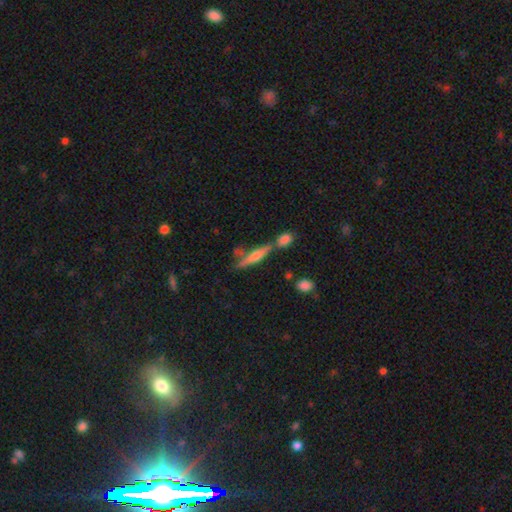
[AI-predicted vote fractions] smooth-or-featured: featured or disk: 57% | smooth: 35% | star or artifact: 8%
  disk-edge-on: yes: 94% | no: 6%
    edge-on-bulge: rounded: 81% | none: 11% | boxy: 8%
  merging: none: 62% | merger: 21% | minor disturbance: 13% | major disturbance: 4%